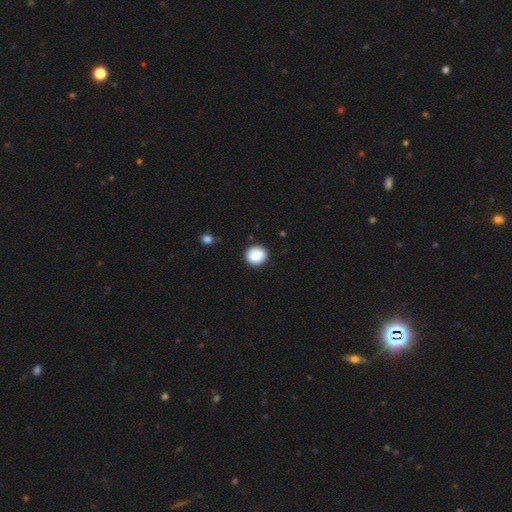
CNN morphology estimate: Smooth or featured? smooth (79%)
How rounded? round (91%)
Merging? none (75%)